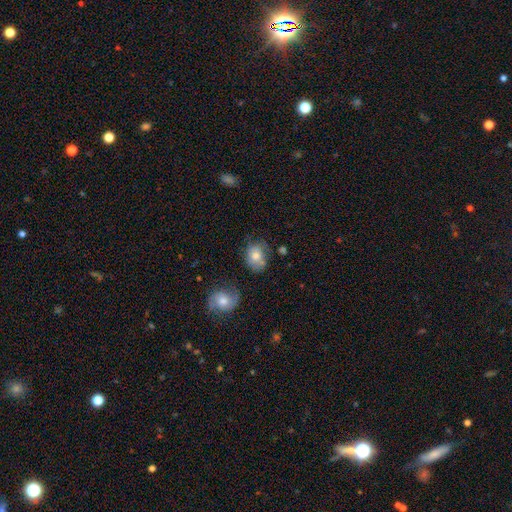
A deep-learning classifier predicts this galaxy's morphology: This appears to be a smooth galaxy with no disk features (71%) that is in between round and cigar-shaped (53%). Merging: none (56%).